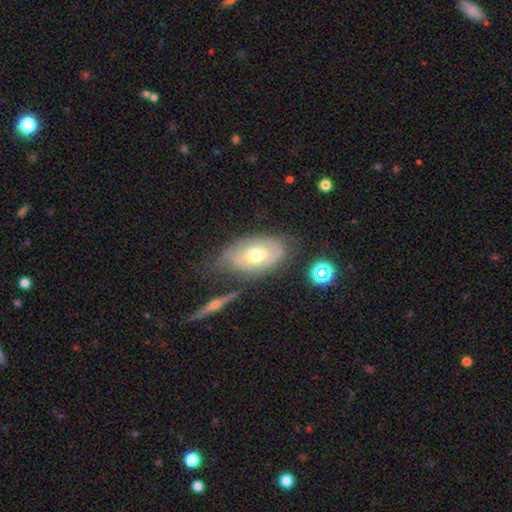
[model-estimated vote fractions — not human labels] Q: Smooth or featured?
A: featured or disk (54%); runner-up: smooth (39%)
Q: Edge-on disk?
A: no (87%); runner-up: yes (13%)
Q: Merging?
A: none (59%); runner-up: minor disturbance (24%)